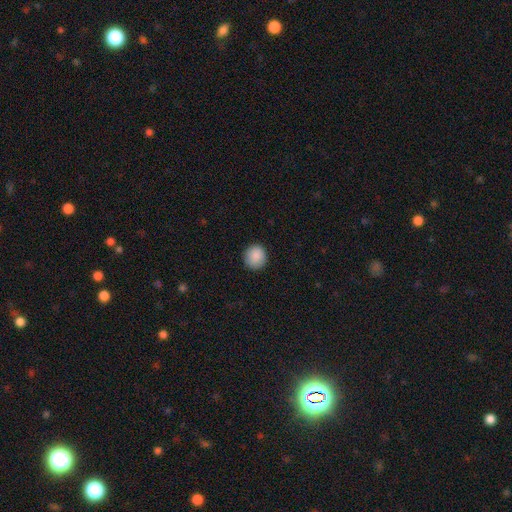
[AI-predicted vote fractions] This is clearly a smooth galaxy (89%). How rounded: clearly round (91%). Merging: clearly none (89%).